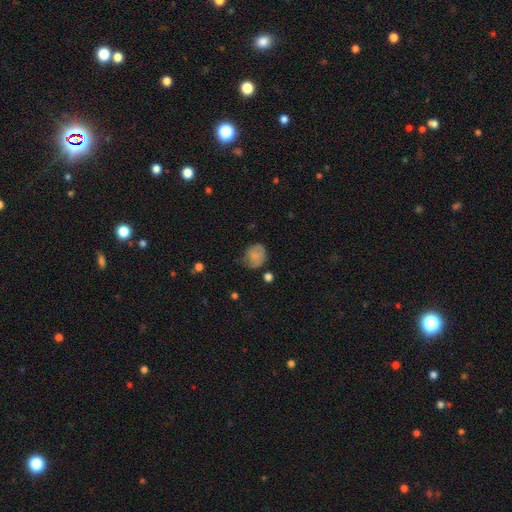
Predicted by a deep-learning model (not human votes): Smooth or featured? smooth (73%)
How rounded? round (67%)
Merging? none (54%)